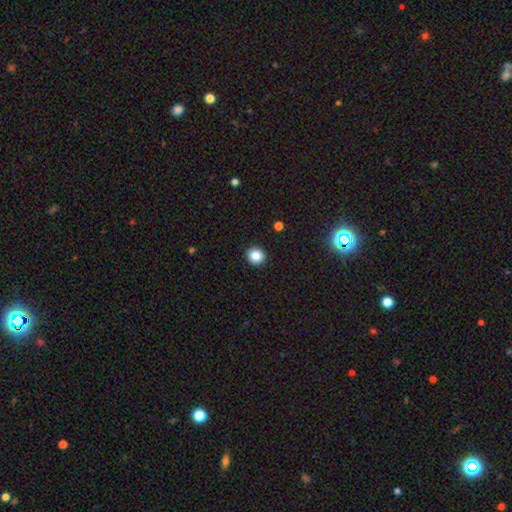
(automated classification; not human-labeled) smooth-or-featured: smooth: 85% | star or artifact: 10% | featured or disk: 4%
  how-rounded: round: 88% | in between: 11% | cigar-shaped: 1%
  merging: none: 93% | minor disturbance: 5% | major disturbance: 2% | merger: 1%